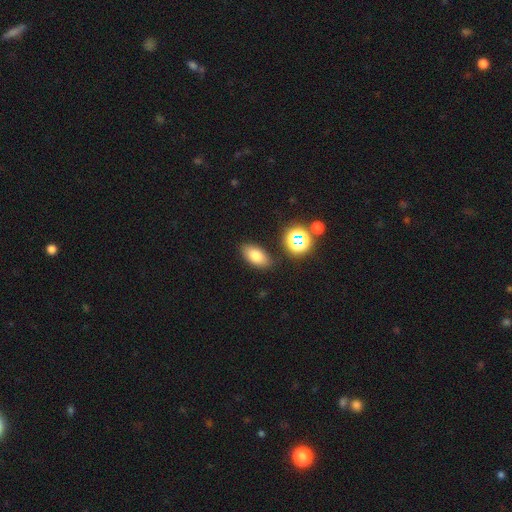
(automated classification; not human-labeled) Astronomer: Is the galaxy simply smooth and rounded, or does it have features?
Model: smooth — 77%.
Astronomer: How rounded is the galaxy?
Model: in between — 89%.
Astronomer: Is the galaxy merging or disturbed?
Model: none — 85%.